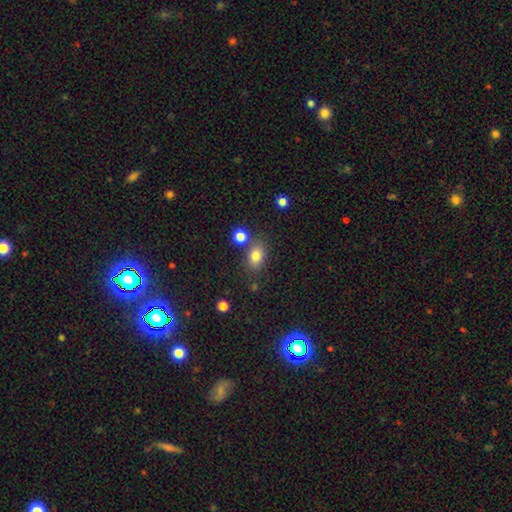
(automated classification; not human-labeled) smooth 81%, star or artifact 12%, featured or disk 7%. Down the decision tree: how rounded — in between (72%); merging — none (70%).